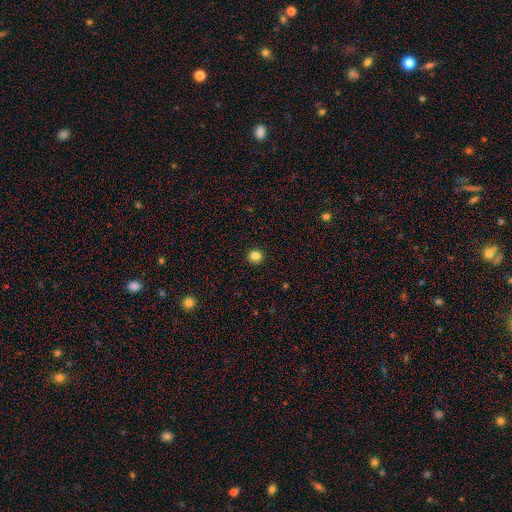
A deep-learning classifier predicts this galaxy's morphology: Smooth or featured? smooth (83%)
How rounded? round (89%)
Merging? none (92%)